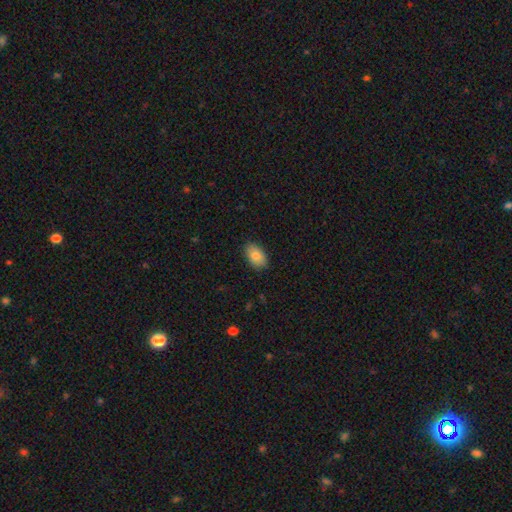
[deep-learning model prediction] The model was most divided on "smooth or featured": smooth: 84%, featured or disk: 9%, star or artifact: 7%. More confident: how rounded — in between (92%); merging — none (87%).